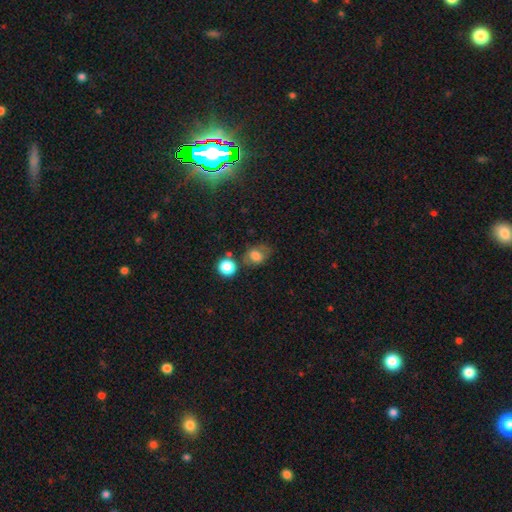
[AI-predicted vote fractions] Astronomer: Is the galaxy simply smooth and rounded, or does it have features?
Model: smooth — 73%.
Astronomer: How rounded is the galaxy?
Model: in between — 51% (runner-up: round, 47%).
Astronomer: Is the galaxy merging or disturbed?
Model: none — 50%.